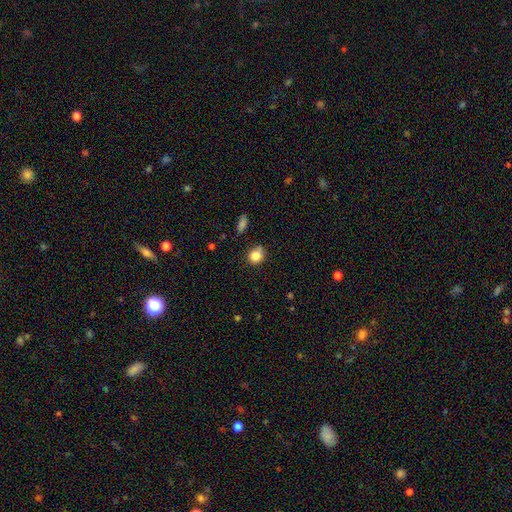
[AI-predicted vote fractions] A smooth galaxy with no disk features (84%) that is round (77%). Merging: none (71%).